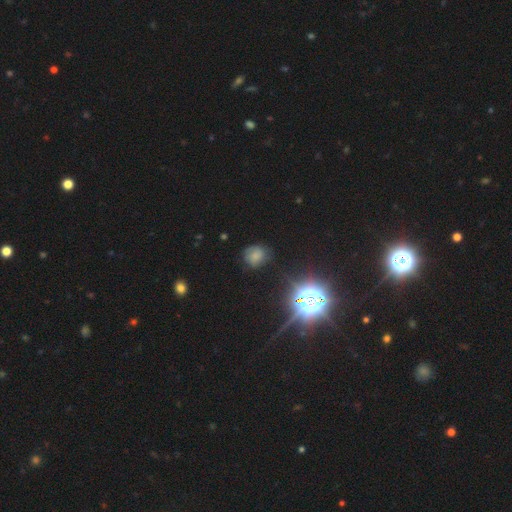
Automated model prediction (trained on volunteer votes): Overall: smooth (62%; star or artifact 24%). How rounded: round (73%). Merging: none (72%).